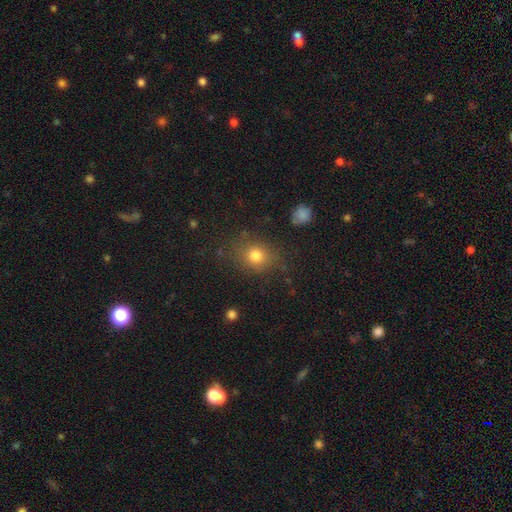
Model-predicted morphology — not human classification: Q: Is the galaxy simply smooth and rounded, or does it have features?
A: smooth — 78%.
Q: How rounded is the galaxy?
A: round — 67%.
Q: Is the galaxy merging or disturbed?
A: none — 80%.